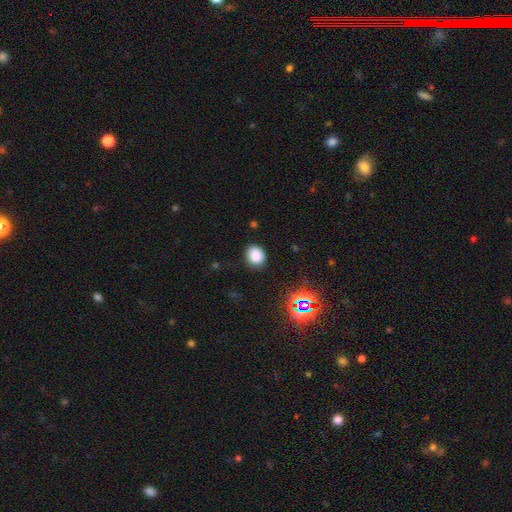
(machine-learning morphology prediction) A smooth galaxy with no disk features (81%) that is round (66%).

Vote fractions:
- Smooth or featured? smooth: 81% / star or artifact: 14% / featured or disk: 5%
- How rounded? round: 66% / in between: 33% / cigar-shaped: 1%
- Merging? none: 84% / minor disturbance: 12% / major disturbance: 3% / merger: 1%